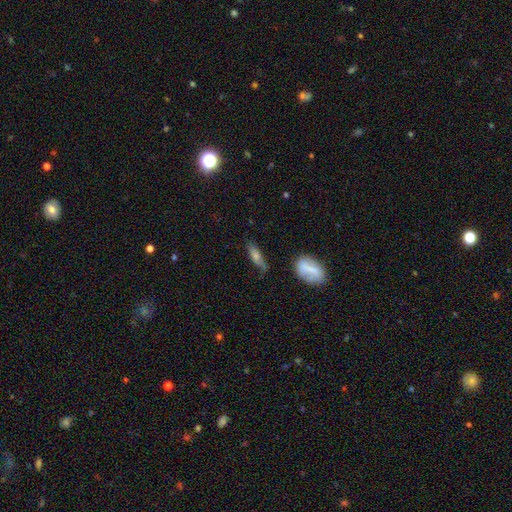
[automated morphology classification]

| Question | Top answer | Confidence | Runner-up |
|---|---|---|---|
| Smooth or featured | smooth | 50% | featured or disk (40%) |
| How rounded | cigar-shaped | 60% | in between (36%) |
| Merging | none | 72% | minor disturbance (20%) |